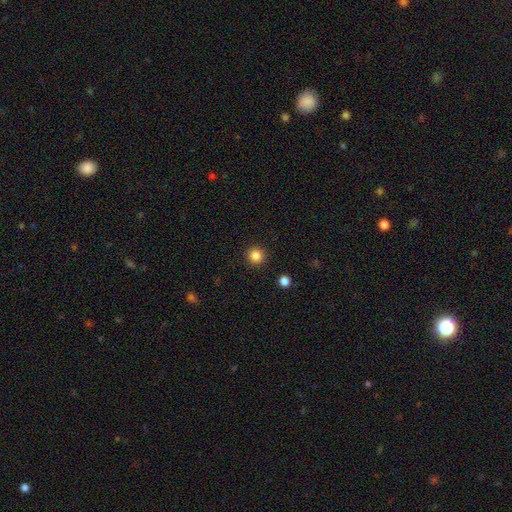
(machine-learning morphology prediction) smooth-or-featured: smooth: 85% | star or artifact: 12% | featured or disk: 4%
  how-rounded: round: 95% | in between: 4% | cigar-shaped: 1%
  merging: none: 92% | minor disturbance: 5% | major disturbance: 2% | merger: 1%